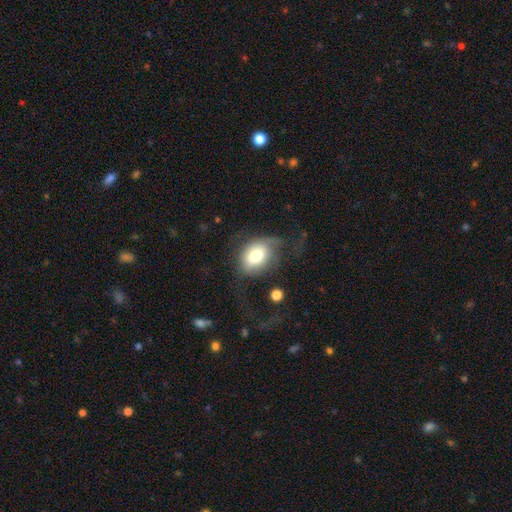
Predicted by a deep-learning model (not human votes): Smooth or featured?
  - smooth: 67% *
  - featured or disk: 24%
  - star or artifact: 8%
How rounded?
  - in between: 59% *
  - round: 39%
  - cigar-shaped: 1%
Merging?
  - none: 36% * (tied)
  - major disturbance: 36% * (tied)
  - minor disturbance: 24%
  - merger: 4%